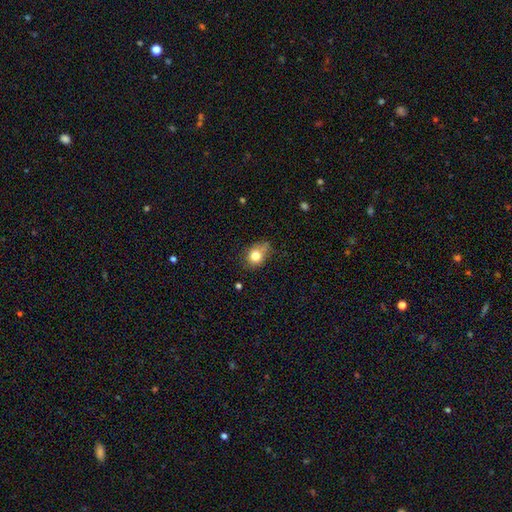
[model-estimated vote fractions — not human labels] Smooth or featured: smooth — 79% (featured or disk — 10%)
How rounded: in between — 51% (round — 48%)
Merging: none — 59% (minor disturbance — 30%)